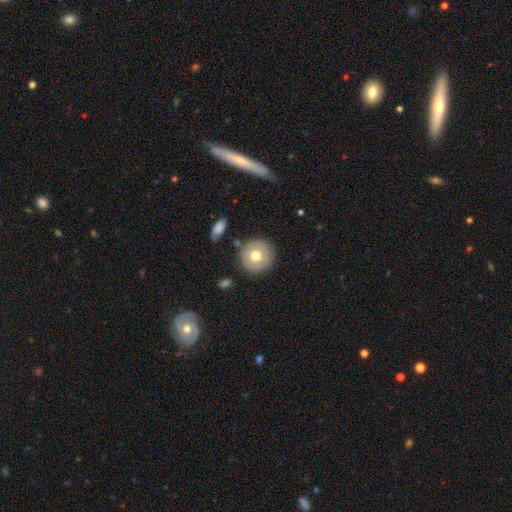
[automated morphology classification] Q: Smooth or featured?
A: smooth (65%); runner-up: featured or disk (27%)
Q: How rounded?
A: round (95%); runner-up: in between (4%)
Q: Merging?
A: none (86%); runner-up: minor disturbance (8%)